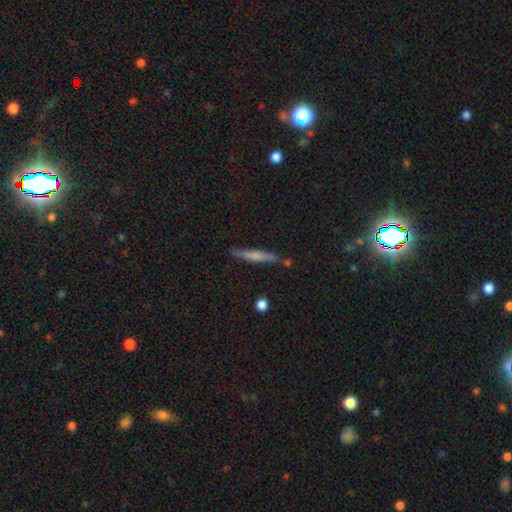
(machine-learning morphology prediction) This is possibly a smooth galaxy (57%). How rounded: clearly cigar-shaped (92%). Merging: likely none (80%).